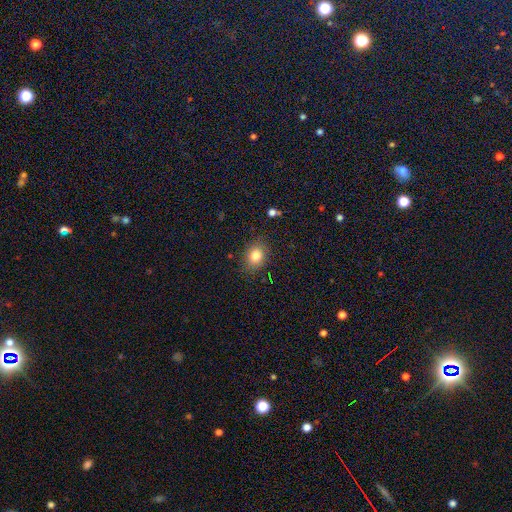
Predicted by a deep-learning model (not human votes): smooth_or_featured: smooth (p=0.81) [alt: star or artifact p=0.11]
how_rounded: in between (p=0.57) [alt: round p=0.42]
merging: none (p=0.85) [alt: minor disturbance p=0.11]